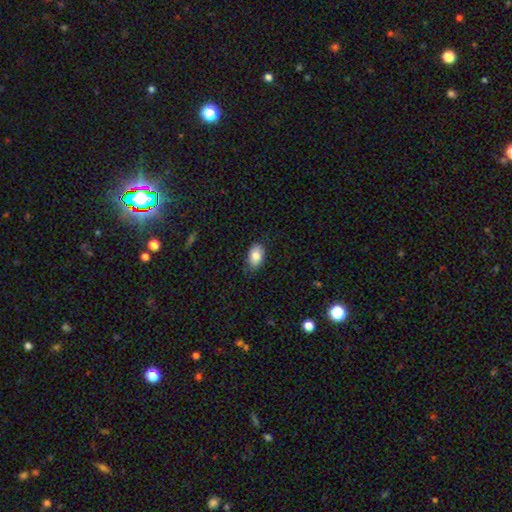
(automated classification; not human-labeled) The model was most divided on "merging": none: 81%, minor disturbance: 15%, major disturbance: 3%, merger: 1%. More confident: how rounded — in between (90%); smooth or featured — smooth (81%).